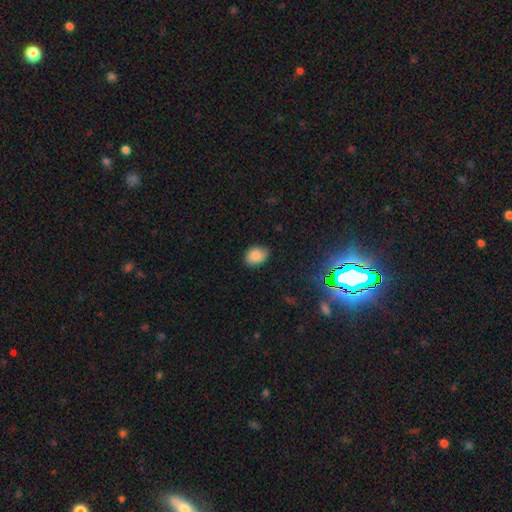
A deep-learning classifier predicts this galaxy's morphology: The model was most divided on "how rounded": in between: 74%, round: 25%, cigar-shaped: 1%. More confident: smooth or featured — smooth (85%); merging — none (80%).